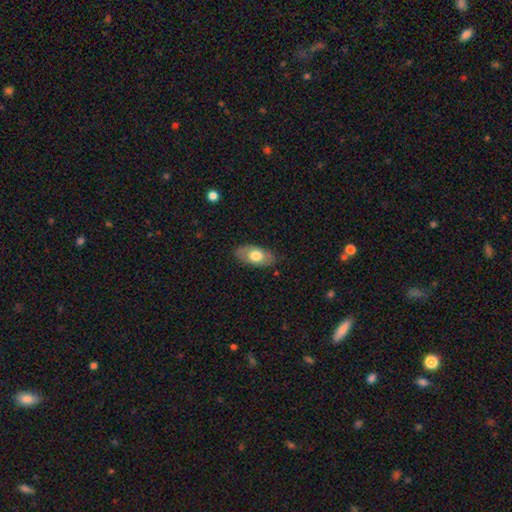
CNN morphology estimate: type=smooth (67%); roundness=in between (90%); merging=none (80%).